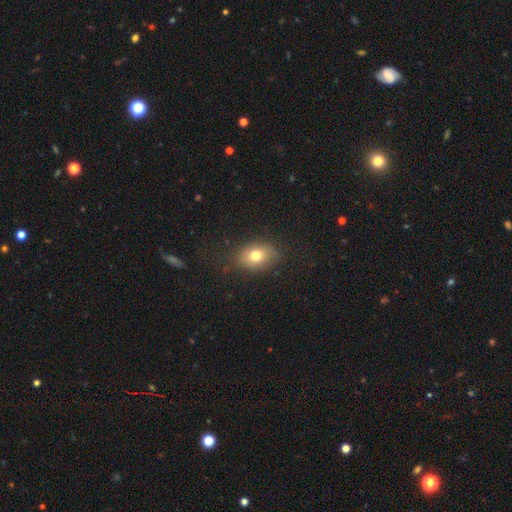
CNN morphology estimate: smooth-or-featured: smooth: 75% | featured or disk: 14% | star or artifact: 11%
  how-rounded: in between: 73% | round: 25% | cigar-shaped: 1%
  merging: none: 79% | minor disturbance: 15% | major disturbance: 5% | merger: 1%